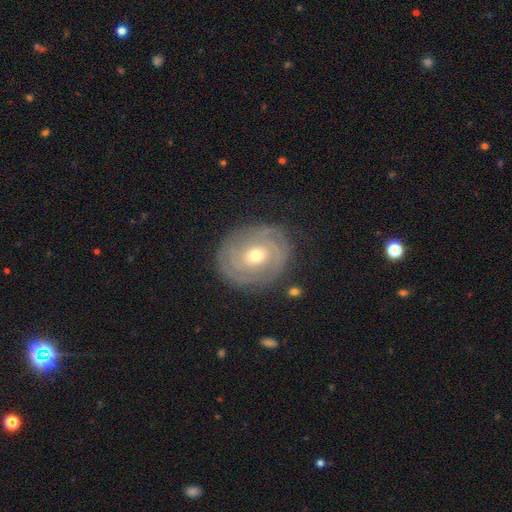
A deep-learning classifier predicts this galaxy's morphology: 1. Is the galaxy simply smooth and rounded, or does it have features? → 82% featured or disk, 12% smooth, 6% star or artifact.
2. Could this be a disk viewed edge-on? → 97% no, 3% yes.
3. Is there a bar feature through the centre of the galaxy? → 64% no, 27% weak, 9% strong.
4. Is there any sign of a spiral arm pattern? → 92% yes, 8% no.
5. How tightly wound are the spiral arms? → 81% tight, 15% medium, 4% loose.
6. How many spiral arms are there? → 37% 2, 28% can't tell, 17% 3, 7% 4, 5% 1, 5% more than 4.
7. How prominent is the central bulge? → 56% moderate, 40% small, 2% large, 1% dominant, 1% none.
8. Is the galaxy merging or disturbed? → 83% none, 12% minor disturbance, 4% major disturbance, 1% merger.